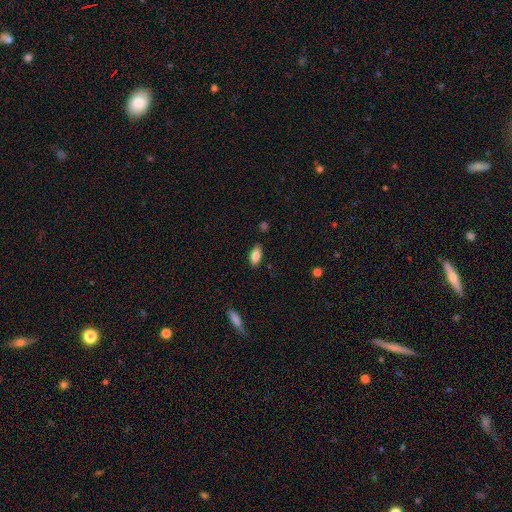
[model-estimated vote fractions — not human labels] This is clearly a smooth galaxy (84%). How rounded: clearly in between (90%). Merging: clearly none (85%).